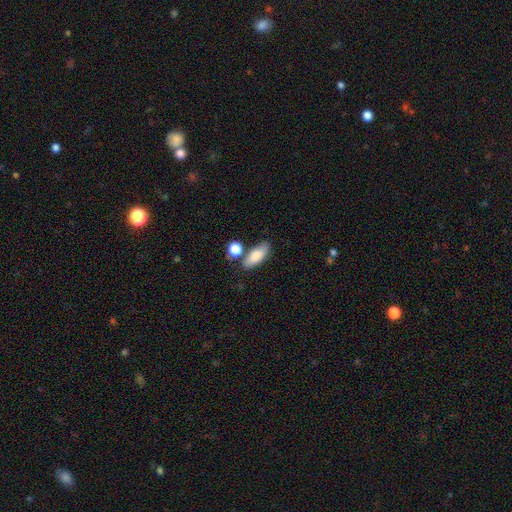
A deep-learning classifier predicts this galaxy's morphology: Q: Smooth or featured?
A: smooth (79%); runner-up: featured or disk (14%)
Q: How rounded?
A: in between (81%); runner-up: cigar-shaped (15%)
Q: Merging?
A: none (67%); runner-up: minor disturbance (16%)